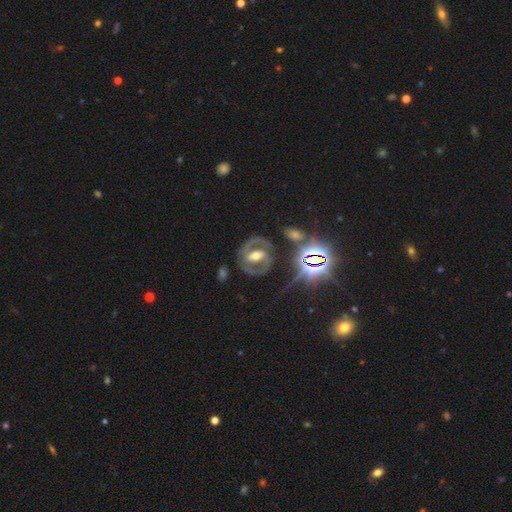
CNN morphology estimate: Smooth or featured? Predicted: featured or disk (p=0.81). Edge-on disk? Predicted: no (p=0.96). Bar? Predicted: strong (p=0.57). Spiral arms? Predicted: yes (p=0.81). Spiral winding? Predicted: medium (p=0.47). Spiral arm count? Predicted: 2 (p=0.86). Bulge size? Predicted: moderate (p=0.67). Merging? Predicted: none (p=0.77).